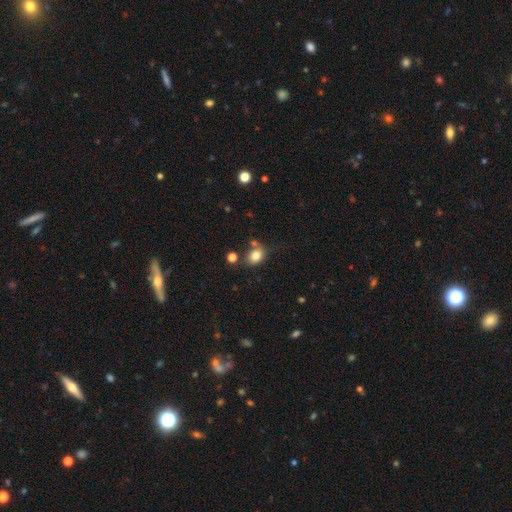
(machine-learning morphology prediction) Q: Smooth or featured?
A: smooth (81%); runner-up: star or artifact (11%)
Q: How rounded?
A: in between (52%); runner-up: round (47%)
Q: Merging?
A: none (64%); runner-up: minor disturbance (17%)